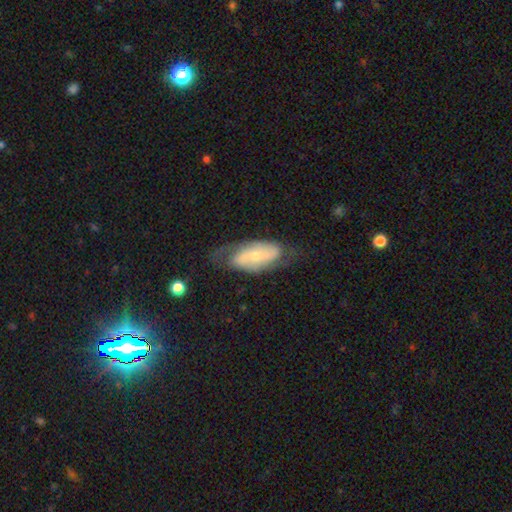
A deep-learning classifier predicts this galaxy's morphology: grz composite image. It shows a featured or disk galaxy (67%) with no bar (52%), 2 (80%) medium (41%) spiral arms (86%) and a small central bulge (68%). Merging: none (60%).